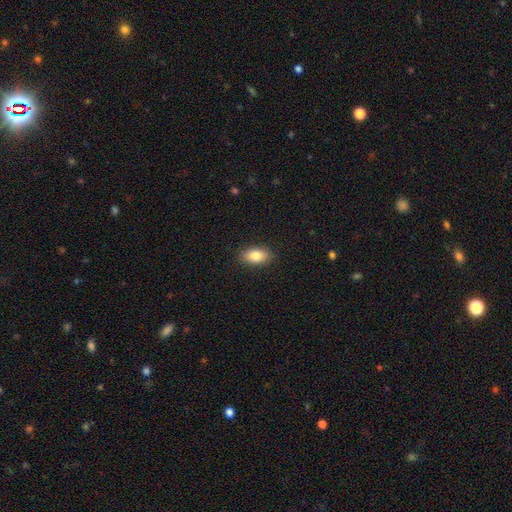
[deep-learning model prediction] Q: Smooth or featured?
A: smooth (83%); runner-up: featured or disk (9%)
Q: How rounded?
A: in between (90%); runner-up: round (7%)
Q: Merging?
A: none (89%); runner-up: minor disturbance (8%)